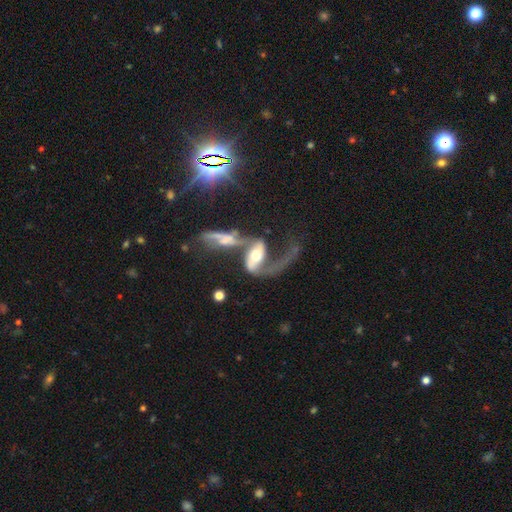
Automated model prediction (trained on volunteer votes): A featured or disk galaxy (73%) with no bar (45%), 2 (57%) loose (80%) spiral arms (81%) and a moderate central bulge (63%). Merging: merger (54%).